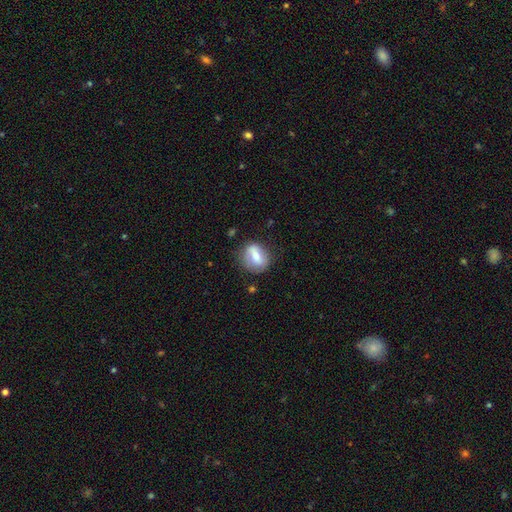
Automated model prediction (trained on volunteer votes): Q: Smooth or featured?
A: smooth (58%); runner-up: featured or disk (34%)
Q: How rounded?
A: round (53%); runner-up: in between (44%)
Q: Merging?
A: none (69%); runner-up: minor disturbance (21%)